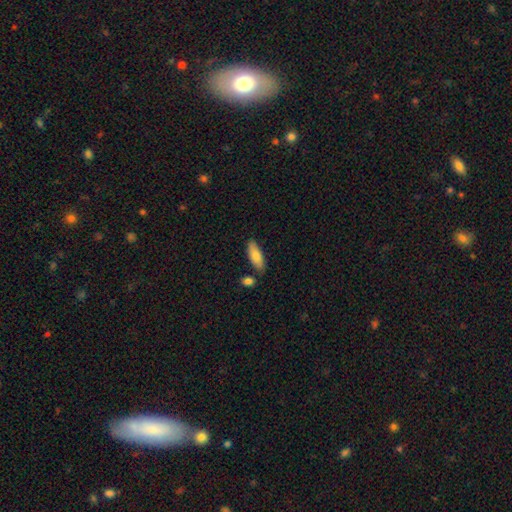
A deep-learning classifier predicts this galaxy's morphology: This is clearly a smooth galaxy (81%). How rounded: likely in between (71%). Merging: likely none (80%).